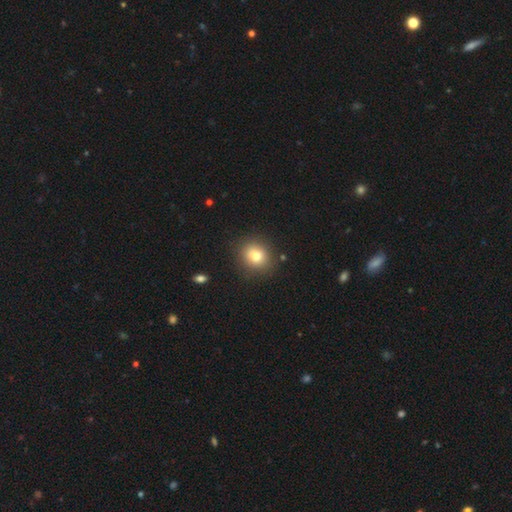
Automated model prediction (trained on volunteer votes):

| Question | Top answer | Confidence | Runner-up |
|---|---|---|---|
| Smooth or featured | smooth | 79% | star or artifact (12%) |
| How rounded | round | 78% | in between (21%) |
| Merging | none | 87% | minor disturbance (9%) |